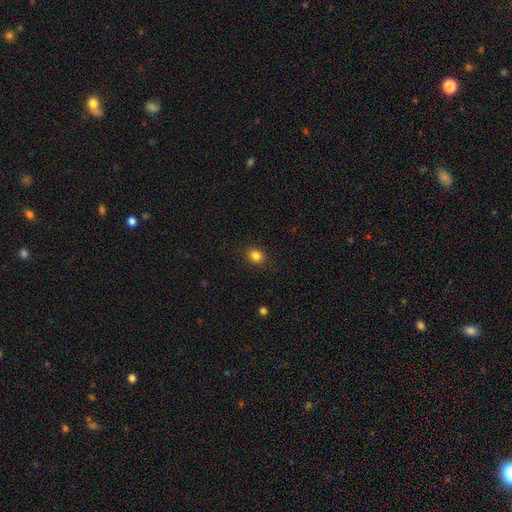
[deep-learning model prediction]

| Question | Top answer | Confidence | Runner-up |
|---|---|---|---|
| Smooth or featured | smooth | 84% | star or artifact (12%) |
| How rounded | round | 71% | in between (28%) |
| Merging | none | 90% | minor disturbance (7%) |